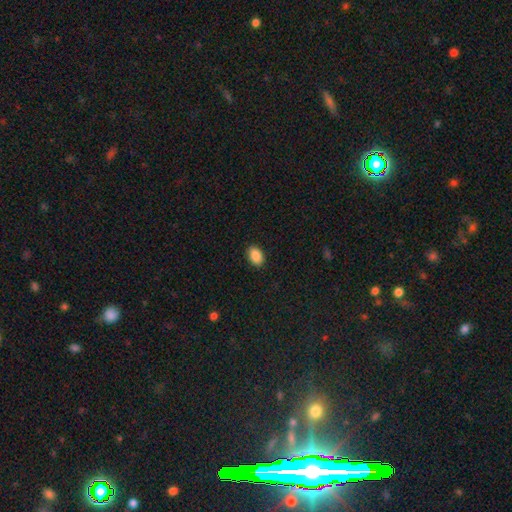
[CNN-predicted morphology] Smooth or featured? smooth (89%)
How rounded? in between (87%)
Merging? none (90%)